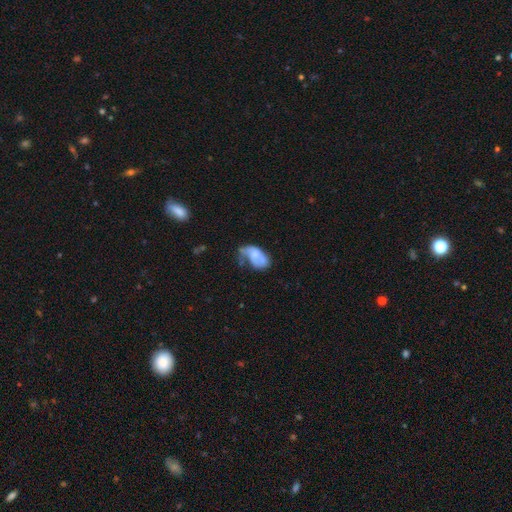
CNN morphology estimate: The model was most divided on "merging": minor disturbance: 33%, major disturbance: 31%, none: 27%, merger: 10%. More confident: how rounded — in between (91%); smooth or featured — smooth (51%).